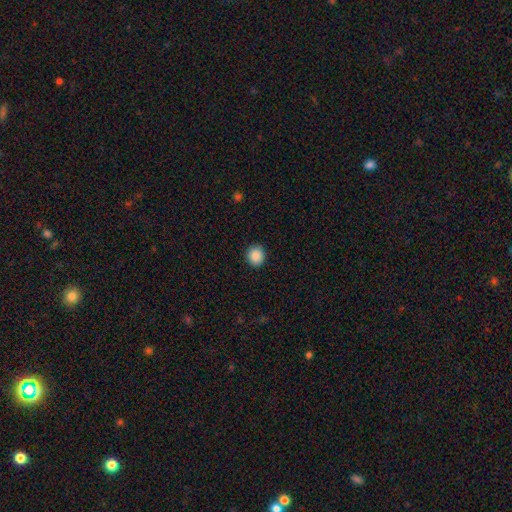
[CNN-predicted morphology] Smooth or featured: smooth — 89% (star or artifact — 9%)
How rounded: round — 82% (in between — 17%)
Merging: none — 90% (minor disturbance — 7%)